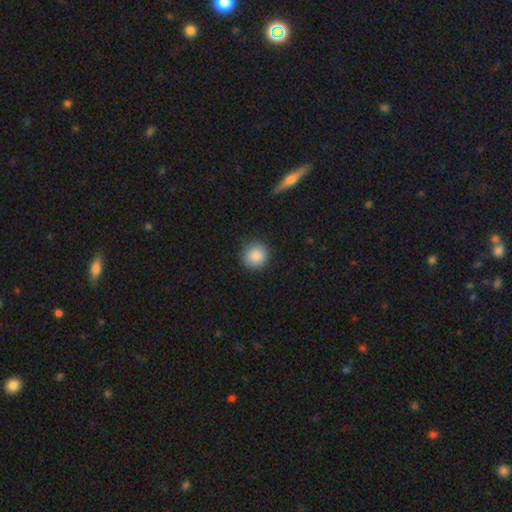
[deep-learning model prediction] Smooth or featured? smooth (87%)
How rounded? round (92%)
Merging? none (88%)